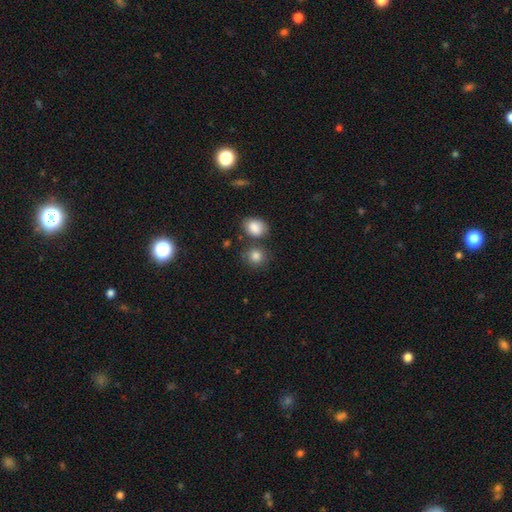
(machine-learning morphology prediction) Smooth or featured?
  - smooth: 85% *
  - star or artifact: 9%
  - featured or disk: 6%
How rounded?
  - round: 79% *
  - in between: 20%
  - cigar-shaped: 1%
Merging?
  - none: 69% *
  - merger: 15%
  - minor disturbance: 12%
  - major disturbance: 4%